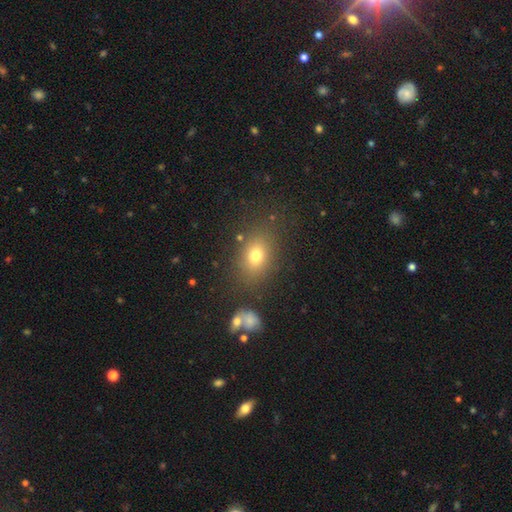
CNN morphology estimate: The model was most divided on "how rounded": in between: 65%, round: 33%, cigar-shaped: 2%. More confident: merging — none (78%); smooth or featured — smooth (74%).